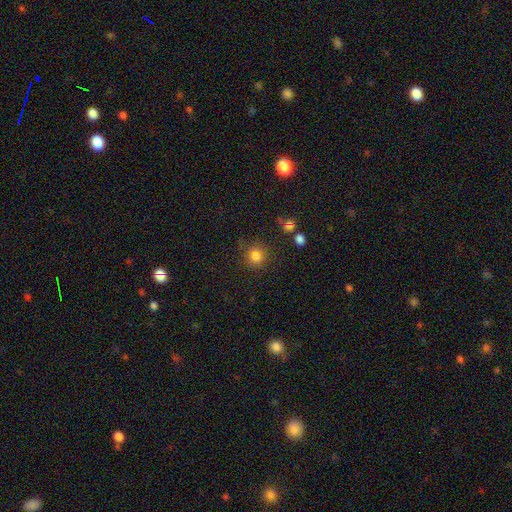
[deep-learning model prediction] Smooth or featured: smooth — 79% (star or artifact — 15%)
How rounded: round — 90% (in between — 9%)
Merging: none — 79% (minor disturbance — 12%)